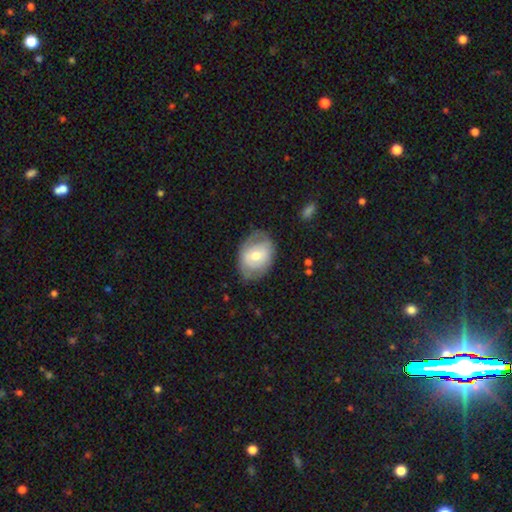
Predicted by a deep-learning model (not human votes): Smooth or featured? Predicted: featured or disk (p=0.47, tied with smooth). Merging? Predicted: none (p=0.66).